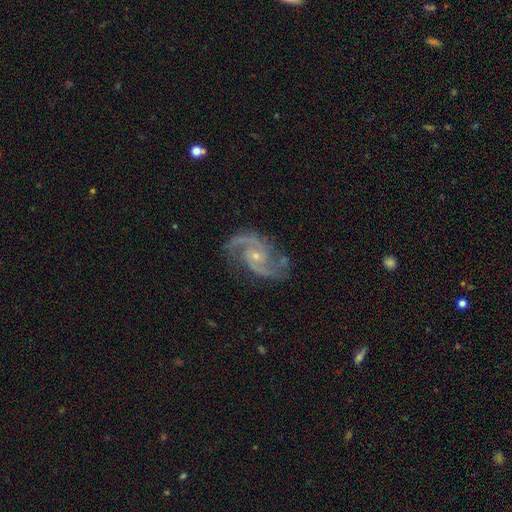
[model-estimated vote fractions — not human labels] This is clearly a featured or disk galaxy (92%). It is clearly not viewed edge-on (98%). Bar: likely no (64%). Spiral arm pattern: clearly yes (98%). Spiral arm count: clearly 2 (90%). Spiral winding: likely medium (61%). Central bulge: likely small (71%). Merging: likely none (76%).